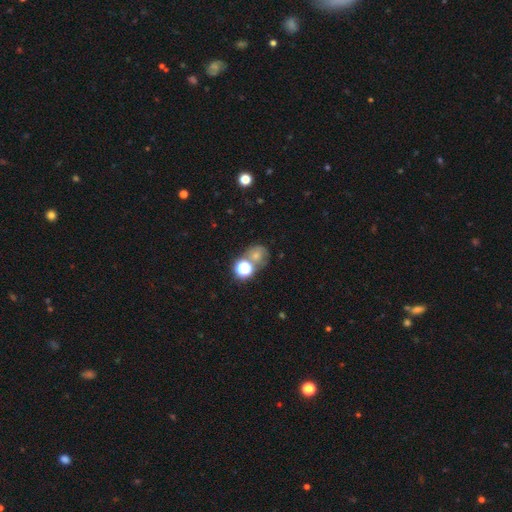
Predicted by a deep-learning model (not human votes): The model was most divided on "merging": none: 48%, merger: 30%, minor disturbance: 13%, major disturbance: 9%. More confident: how rounded — round (72%); smooth or featured — smooth (55%).